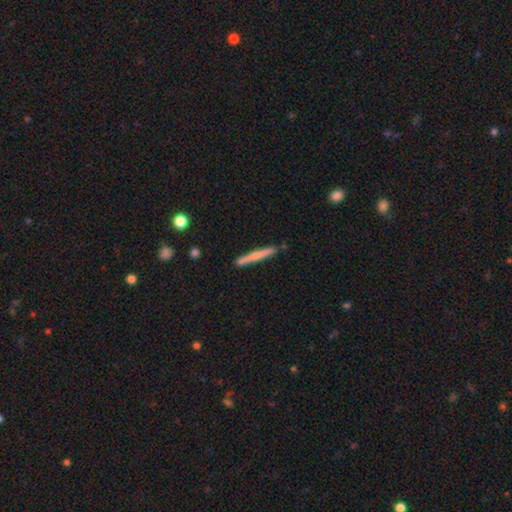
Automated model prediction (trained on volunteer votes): Morphology: type=smooth (57%); roundness=cigar-shaped (96%); merging=none (84%).